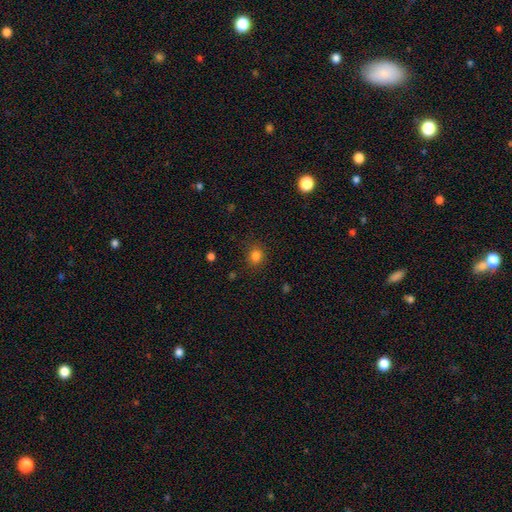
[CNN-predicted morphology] smooth 82%, star or artifact 13%, featured or disk 5%. Down the decision tree: how rounded — round (78%); merging — none (86%).